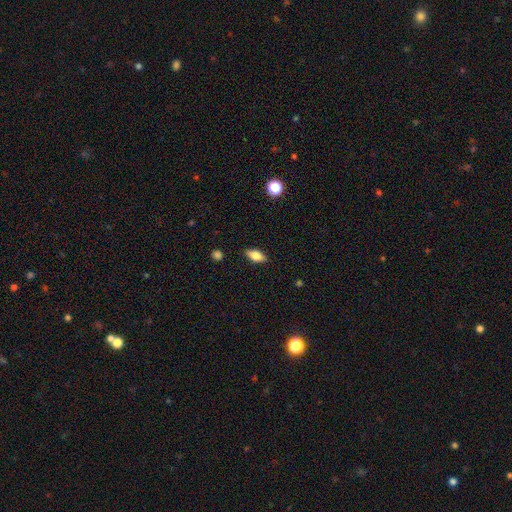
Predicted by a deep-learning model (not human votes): Overall: smooth (75%). How rounded: in between (83%). Merging: none (88%).